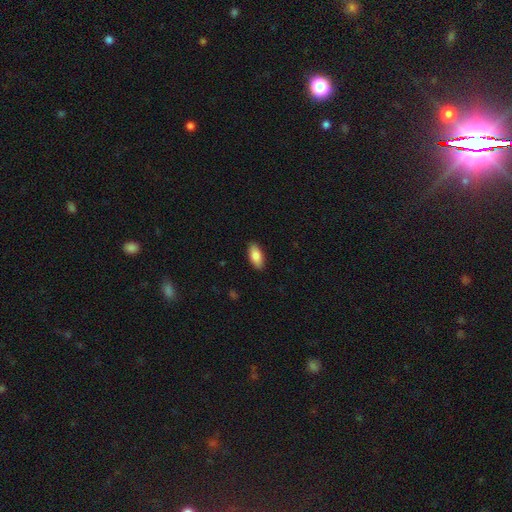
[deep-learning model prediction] Overall: smooth (85%). How rounded: in between (87%). Merging: none (89%).